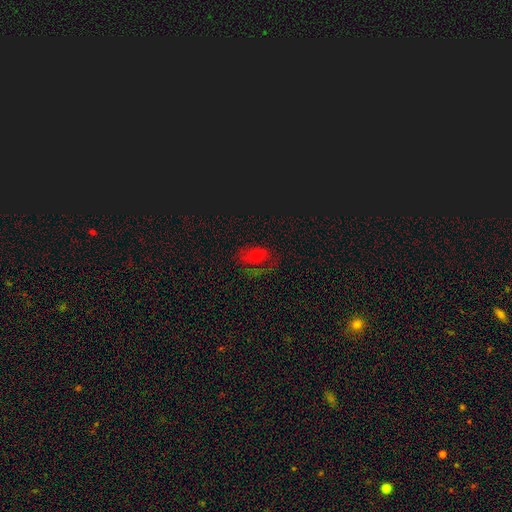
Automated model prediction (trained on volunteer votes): smooth-or-featured: star or artifact: 38% | smooth: 36% | featured or disk: 26%